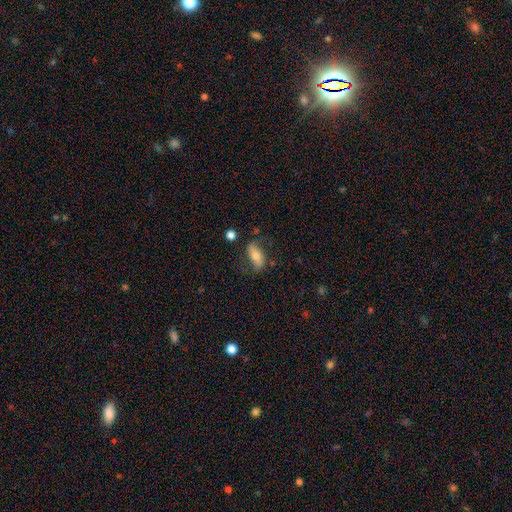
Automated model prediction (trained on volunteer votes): This appears to be a smooth galaxy with no disk features (57%) that is in between round and cigar-shaped (80%). Merging: none (69%).